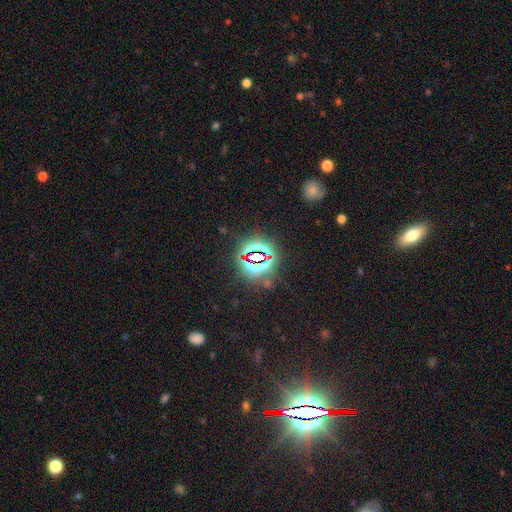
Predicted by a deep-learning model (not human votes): The model was most divided on "smooth or featured": star or artifact: 79%, smooth: 13%, featured or disk: 8%.